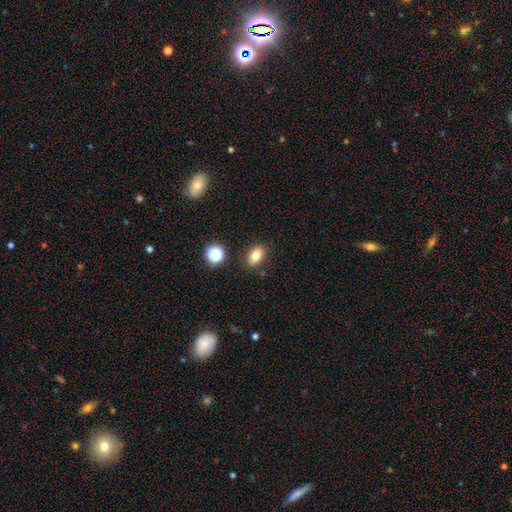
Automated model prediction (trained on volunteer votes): smooth_or_featured: smooth (p=0.79) [alt: star or artifact p=0.11]
how_rounded: in between (p=0.82) [alt: round p=0.16]
merging: none (p=0.84) [alt: minor disturbance p=0.11]